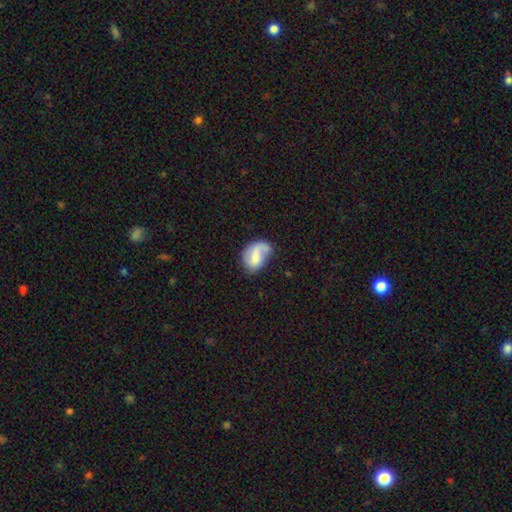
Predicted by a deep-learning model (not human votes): Q: Smooth or featured?
A: smooth (55%); runner-up: featured or disk (38%)
Q: How rounded?
A: in between (82%); runner-up: round (17%)
Q: Merging?
A: none (40%); runner-up: minor disturbance (29%)